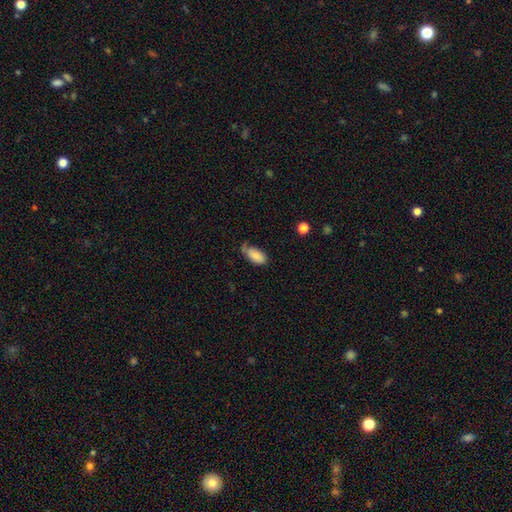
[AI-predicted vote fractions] Overall: smooth (83%). How rounded: in between (93%). Merging: none (46%; minor disturbance 35%).